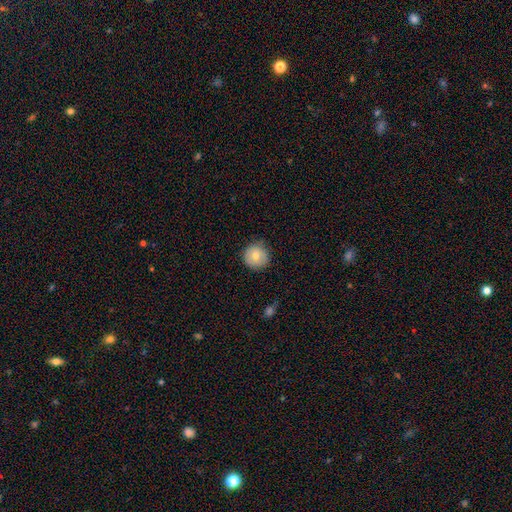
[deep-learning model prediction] This appears to be a smooth galaxy with no disk features (72%) that is round (94%). Merging: none (83%).